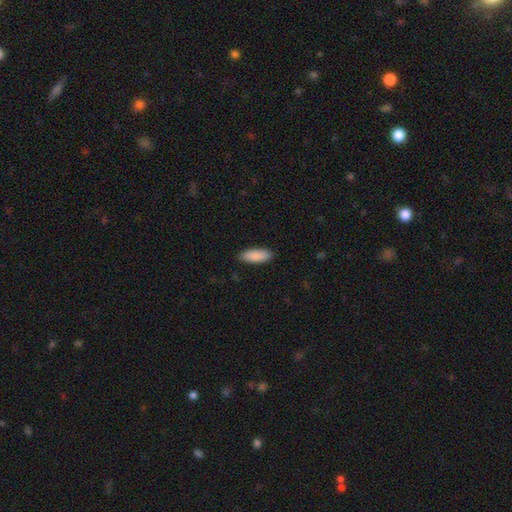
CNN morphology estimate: This is clearly a smooth galaxy (90%). How rounded: likely in between (71%). Merging: clearly none (89%).